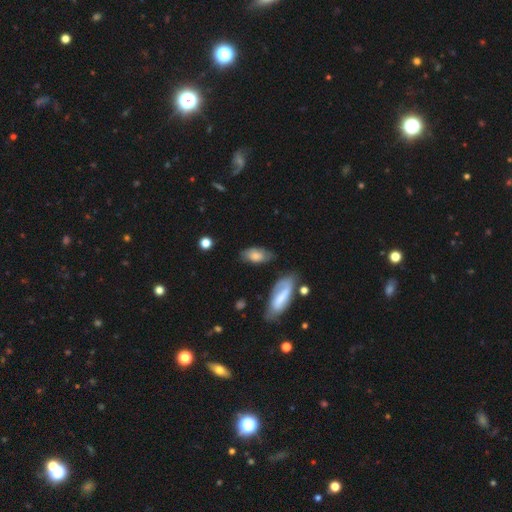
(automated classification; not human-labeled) This appears to be a smooth galaxy with no disk features (67%) that is in between round and cigar-shaped (89%). Merging: none (64%).